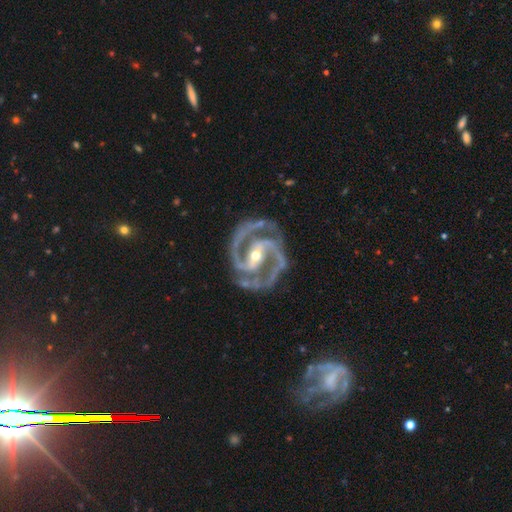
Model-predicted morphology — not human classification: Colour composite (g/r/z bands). It shows a featured or disk galaxy (94%) with a strong bar (62%), 2 (83%) medium (56%) spiral arms (99%) and a small central bulge (49%). Merging: none (78%).